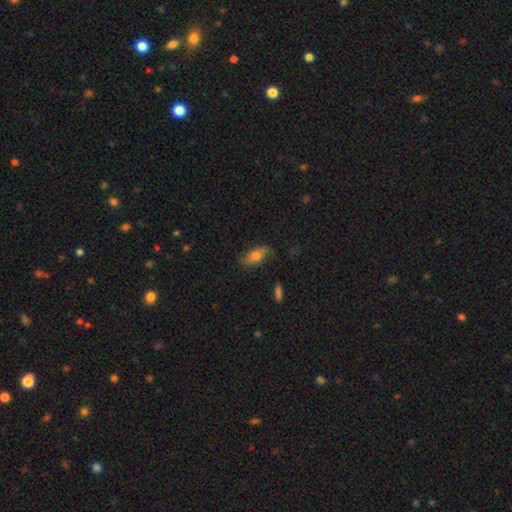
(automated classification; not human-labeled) smooth-or-featured: smooth: 68% | featured or disk: 24% | star or artifact: 8%
  how-rounded: in between: 86% | cigar-shaped: 10% | round: 4%
  merging: none: 68% | minor disturbance: 23% | major disturbance: 8% | merger: 2%